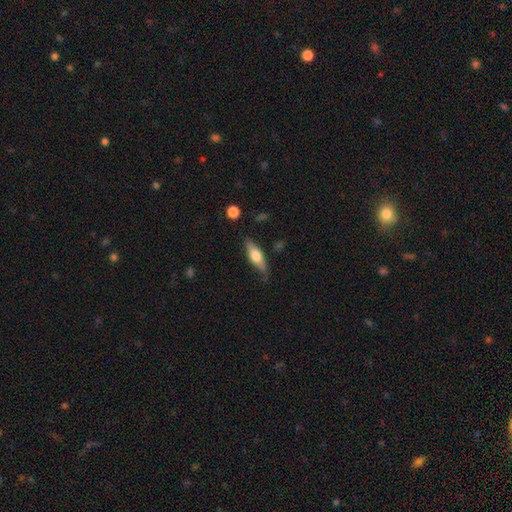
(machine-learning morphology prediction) Smooth or featured? Predicted: smooth (p=0.57). How rounded? Predicted: cigar-shaped (p=0.52). Merging? Predicted: none (p=0.76).